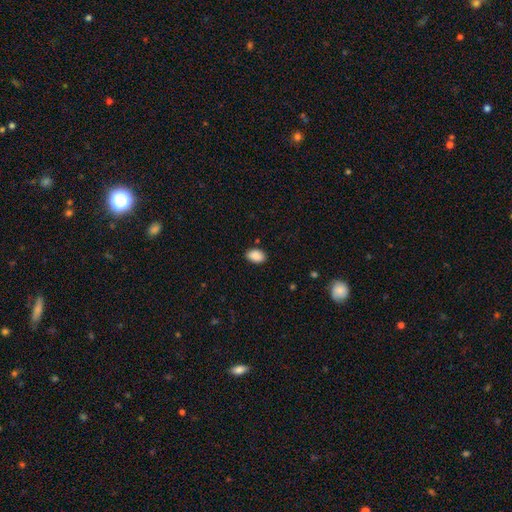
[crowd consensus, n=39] Volunteers were most divided on "how rounded": in between: 86%, round: 14%, cigar-shaped: 0%. More confident: smooth or featured — smooth (95%); merging — none (92%).